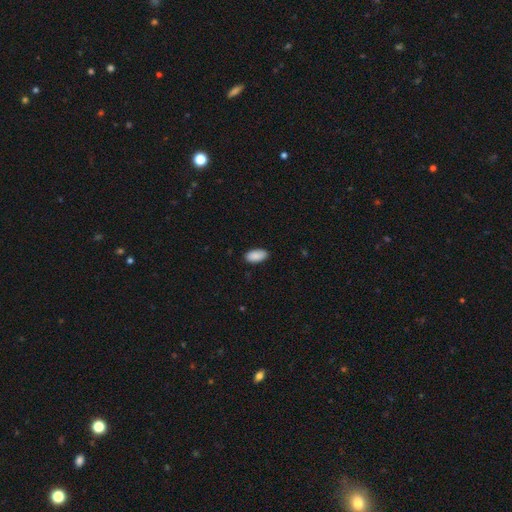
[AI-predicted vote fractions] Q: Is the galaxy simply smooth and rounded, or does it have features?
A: smooth — 89%.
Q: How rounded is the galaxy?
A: in between — 95%.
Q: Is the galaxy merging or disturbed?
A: none — 87%.